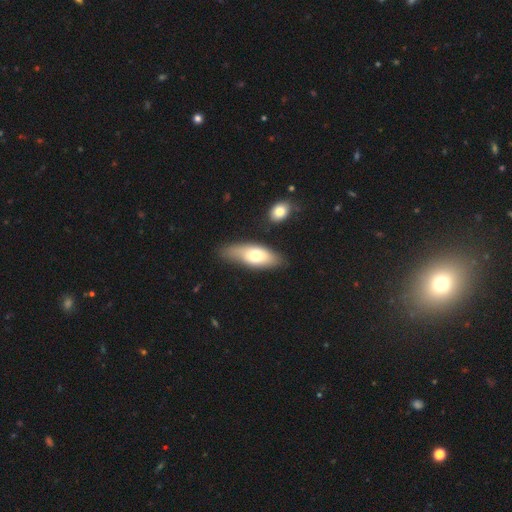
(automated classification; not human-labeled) Morphology: type=smooth (66%); roundness=in between (77%); merging=none (67%).